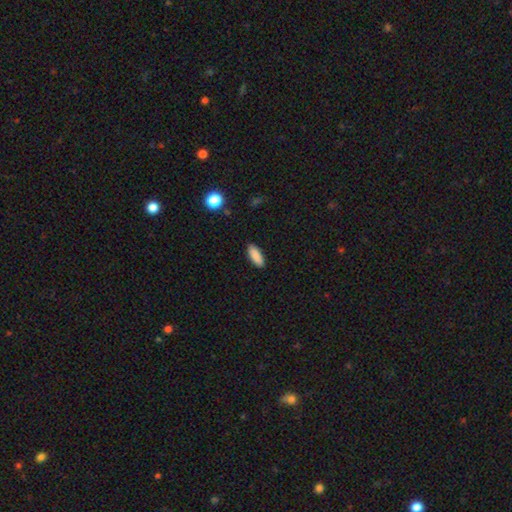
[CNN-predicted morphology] This is clearly a smooth galaxy (88%). How rounded: likely in between (78%). Merging: clearly none (89%).